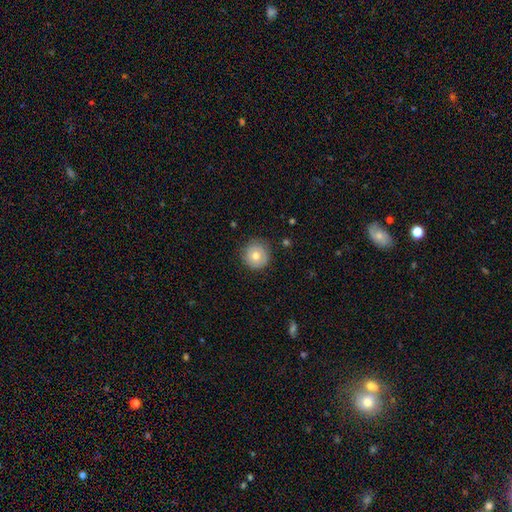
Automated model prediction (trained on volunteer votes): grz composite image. It shows a smooth galaxy with no disk features (72%) that is round (94%). Merging: none (85%).